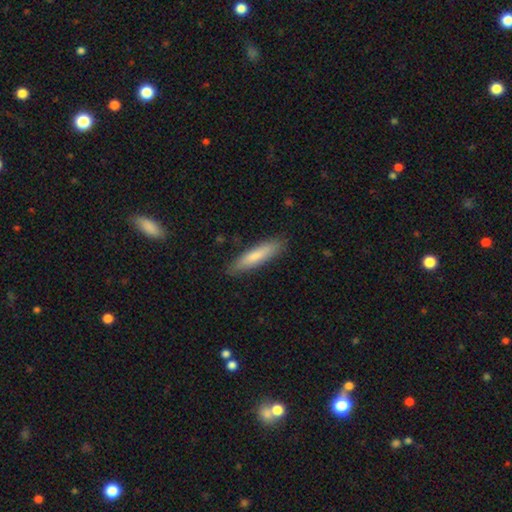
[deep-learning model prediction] Smooth or featured? smooth (77%)
How rounded? cigar-shaped (82%)
Merging? none (87%)